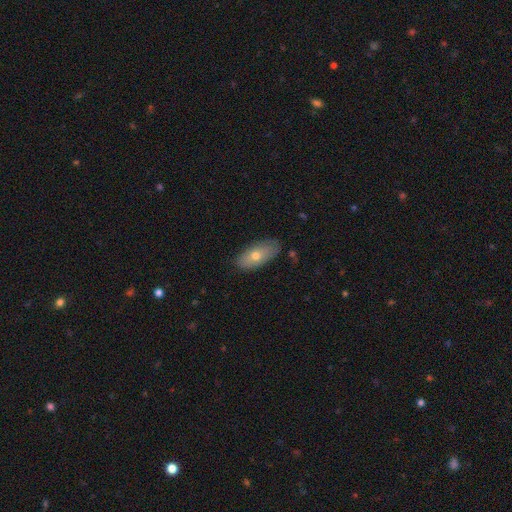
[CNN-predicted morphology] This is likely a smooth galaxy (66%). How rounded: clearly in between (87%). Merging: clearly none (80%).